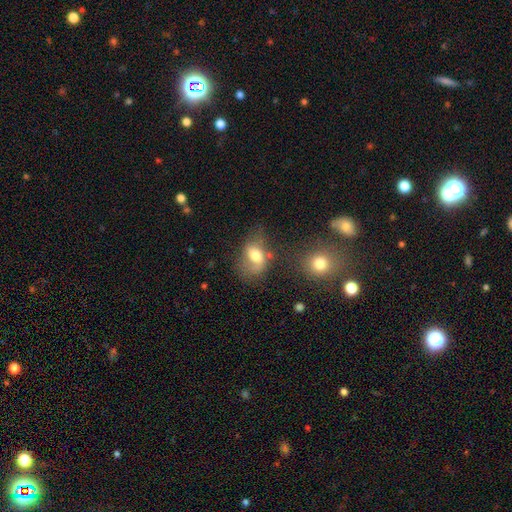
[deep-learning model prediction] Smooth or featured: smooth — 59% (featured or disk — 32%)
How rounded: in between — 74% (round — 24%)
Merging: none — 39% (minor disturbance — 28%)